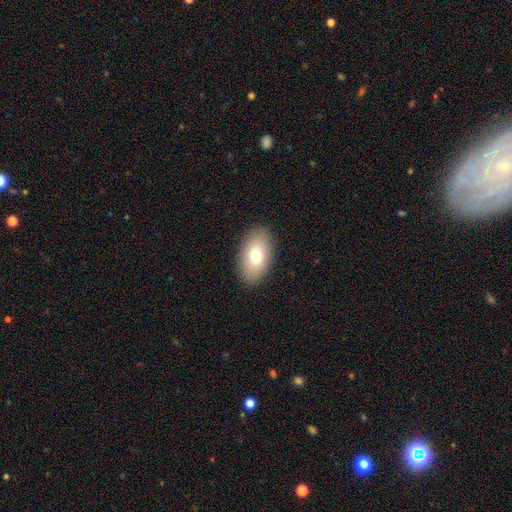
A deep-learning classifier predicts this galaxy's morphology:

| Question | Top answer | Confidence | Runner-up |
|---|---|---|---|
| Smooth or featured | smooth | 75% | featured or disk (17%) |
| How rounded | in between | 92% | round (6%) |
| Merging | none | 88% | minor disturbance (8%) |